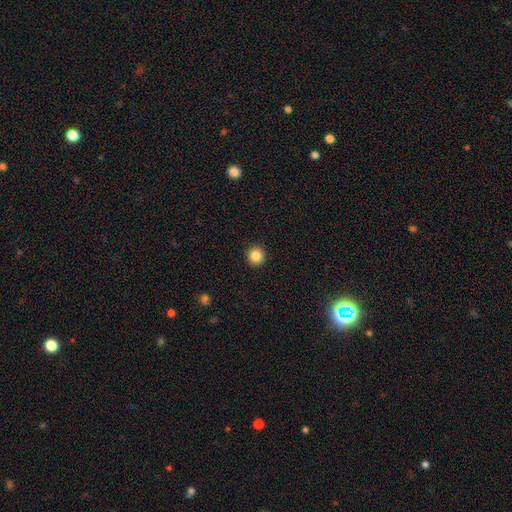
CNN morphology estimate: The model was most divided on "smooth or featured": smooth: 85%, star or artifact: 10%, featured or disk: 5%. More confident: how rounded — round (94%); merging — none (93%).